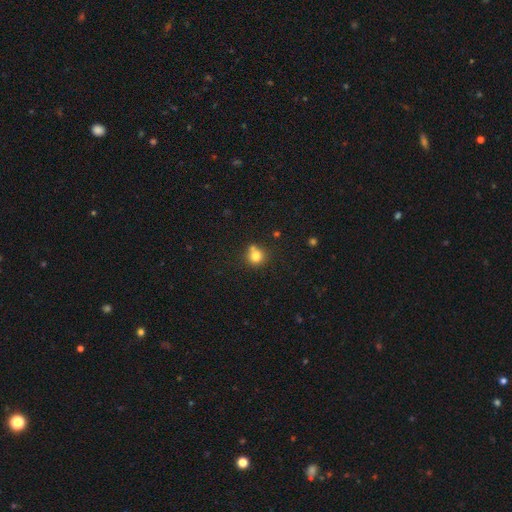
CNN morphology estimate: smooth 79%, star or artifact 12%, featured or disk 9%. Down the decision tree: how rounded — round (83%); merging — none (58%).